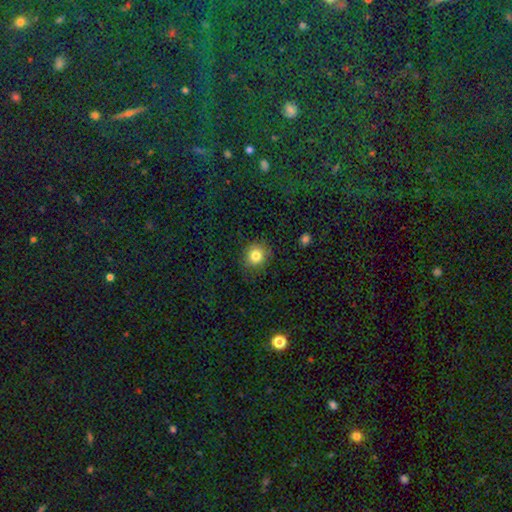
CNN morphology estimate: A smooth galaxy with no disk features (82%) that is round (86%).

Vote fractions:
- Smooth or featured? smooth: 82% / star or artifact: 11% / featured or disk: 6%
- How rounded? round: 86% / in between: 13% / cigar-shaped: 1%
- Merging? none: 84% / minor disturbance: 11% / major disturbance: 4% / merger: 1%